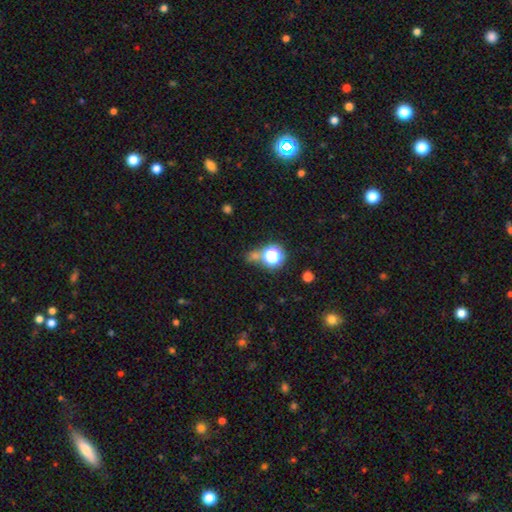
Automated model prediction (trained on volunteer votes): The model was most divided on "smooth or featured": star or artifact: 50%, smooth: 42%, featured or disk: 8%.